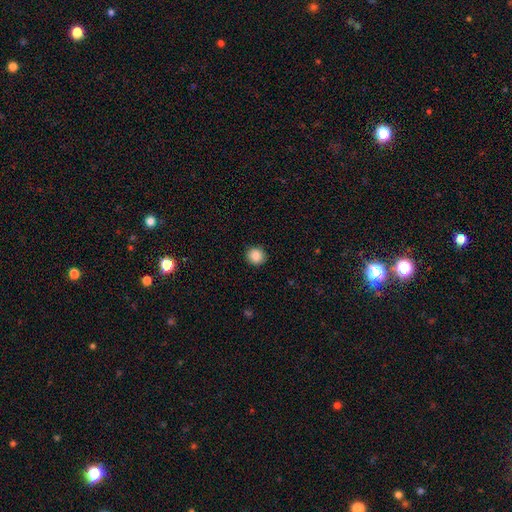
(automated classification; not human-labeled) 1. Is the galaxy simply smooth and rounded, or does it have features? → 87% smooth, 9% star or artifact, 4% featured or disk.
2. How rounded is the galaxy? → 92% round, 7% in between, 1% cigar-shaped.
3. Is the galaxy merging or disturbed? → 92% none, 6% minor disturbance, 2% major disturbance, 1% merger.